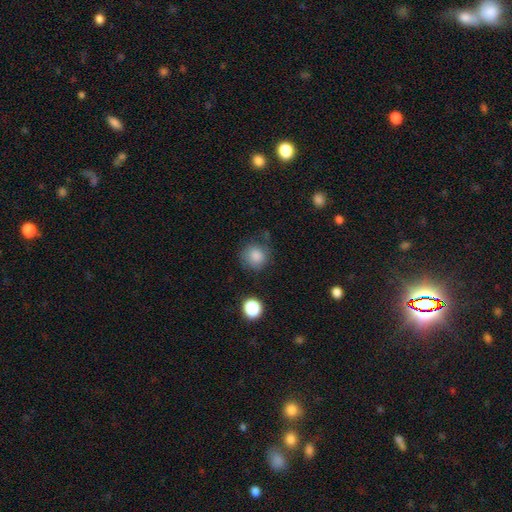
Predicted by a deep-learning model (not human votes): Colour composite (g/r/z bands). It shows a smooth galaxy with no disk features (83%) that is round (89%). Merging: none (72%).